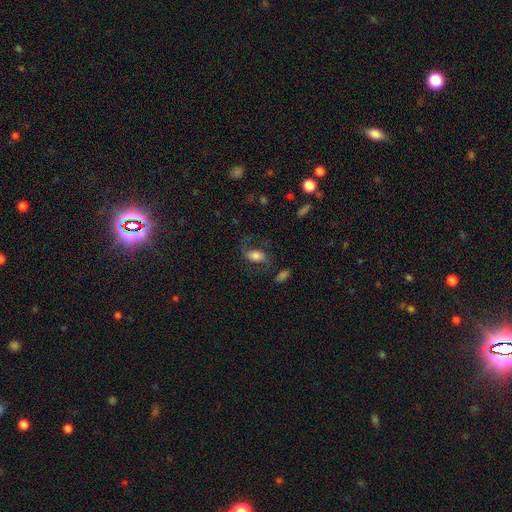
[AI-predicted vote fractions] The model was most divided on "smooth or featured": featured or disk: 48%, smooth: 42%, star or artifact: 10%. More confident: merging — none (64%).